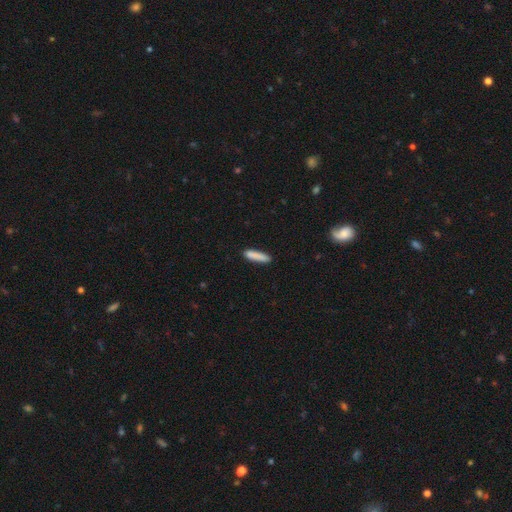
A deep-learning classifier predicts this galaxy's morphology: Smooth or featured? Predicted: smooth (p=0.87). How rounded? Predicted: cigar-shaped (p=0.82). Merging? Predicted: none (p=0.86).